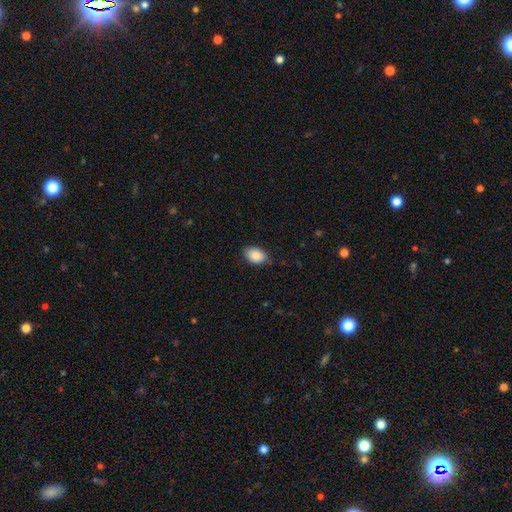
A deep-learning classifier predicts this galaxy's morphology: A smooth galaxy with no disk features (87%) that is in between round and cigar-shaped (88%). Merging: none (79%).